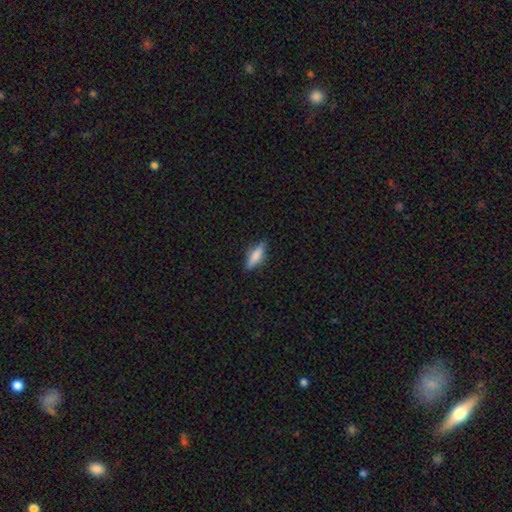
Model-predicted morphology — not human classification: The model was most divided on "how rounded": cigar-shaped: 68%, in between: 30%, round: 2%. More confident: merging — none (84%); smooth or featured — smooth (66%).